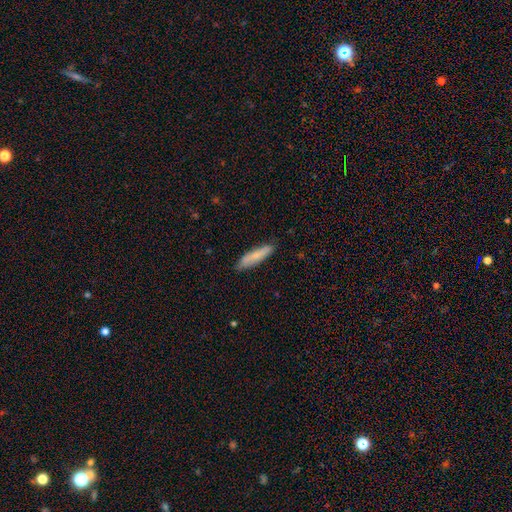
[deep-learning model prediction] Morphology: type=smooth (73%); roundness=cigar-shaped (77%); merging=none (84%).